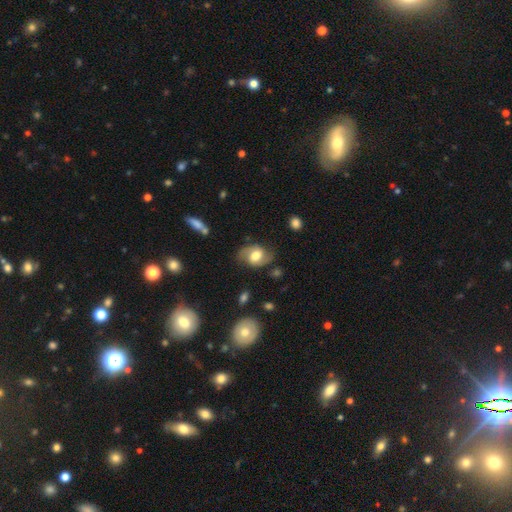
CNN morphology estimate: featured or disk 57%, smooth 36%, star or artifact 7%. Down the decision tree: edge-on disk — no (96%); bar — no (44%); spiral arms — yes (83%); bulge size — moderate (56%); merging — none (73%).